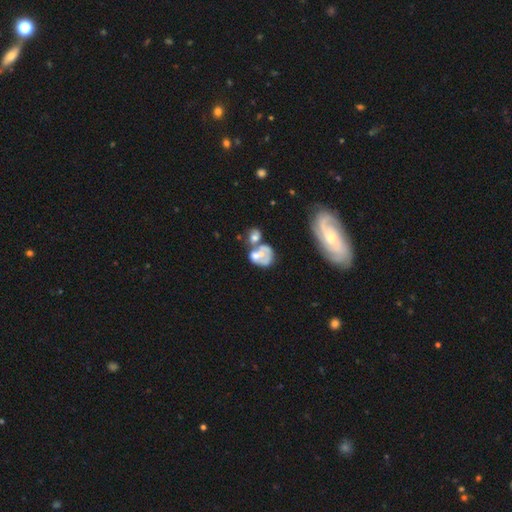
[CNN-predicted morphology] featured or disk 51%, smooth 39%, star or artifact 10%. Down the decision tree: edge-on disk — no (97%); merging — merger (52%).